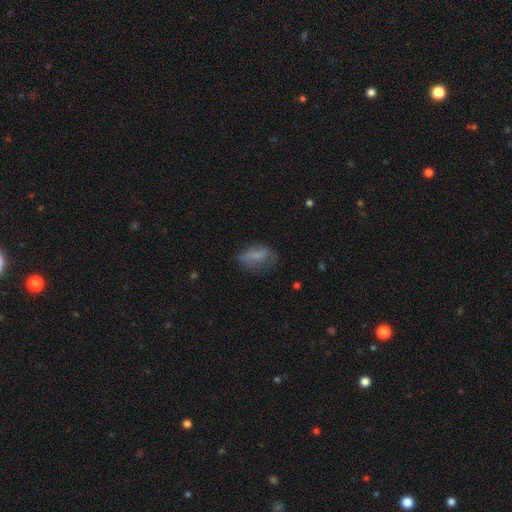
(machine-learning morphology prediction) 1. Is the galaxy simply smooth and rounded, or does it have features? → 66% smooth, 24% featured or disk, 10% star or artifact.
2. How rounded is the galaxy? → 84% in between, 9% round, 7% cigar-shaped.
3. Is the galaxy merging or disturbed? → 52% none, 29% minor disturbance, 18% major disturbance, 2% merger.